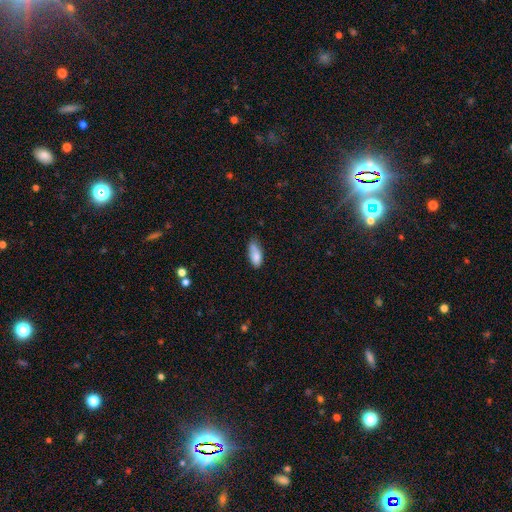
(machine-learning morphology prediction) A smooth galaxy with no disk features (82%) that is in between round and cigar-shaped (81%).

Vote fractions:
- Smooth or featured? smooth: 82% / featured or disk: 10% / star or artifact: 7%
- How rounded? in between: 81% / cigar-shaped: 17% / round: 2%
- Merging? none: 54% / minor disturbance: 33% / major disturbance: 7% / merger: 6%